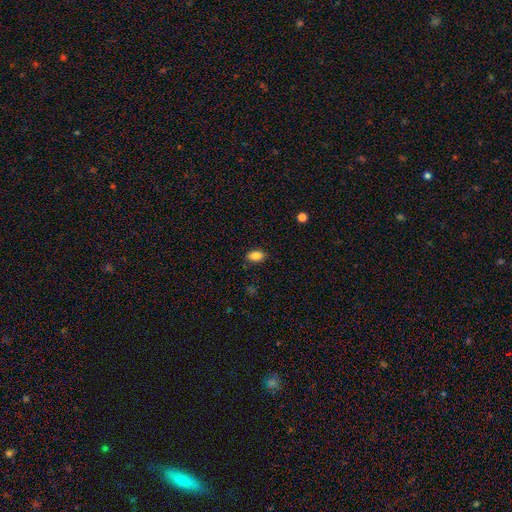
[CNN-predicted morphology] Overall: smooth (87%). How rounded: in between (89%). Merging: none (86%).